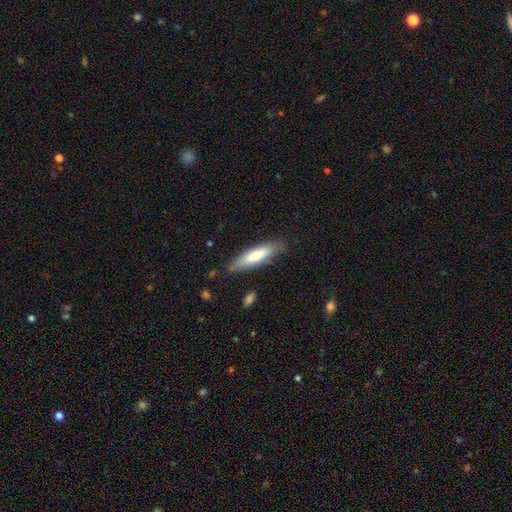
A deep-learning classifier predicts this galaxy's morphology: Smooth or featured? smooth (73%)
How rounded? cigar-shaped (71%)
Merging? none (80%)